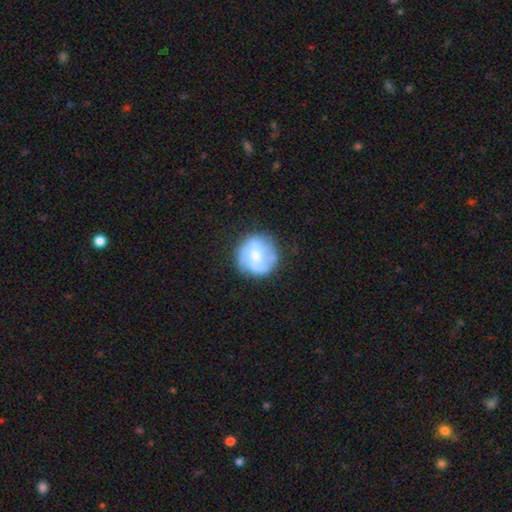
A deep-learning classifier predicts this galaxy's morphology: Smooth or featured?
  - featured or disk: 53% *
  - smooth: 40%
  - star or artifact: 7%
Edge-on disk?
  - no: 98% *
  - yes: 2%
Bar?
  - no: 52% *
  - weak: 38%
  - strong: 10%
Spiral arms?
  - yes: 58% *
  - no: 42%
Bulge size?
  - moderate: 57% *
  - small: 32%
  - large: 6%
  - none: 4%
  - dominant: 1%
Merging?
  - none: 71% *
  - minor disturbance: 19%
  - major disturbance: 8%
  - merger: 2%